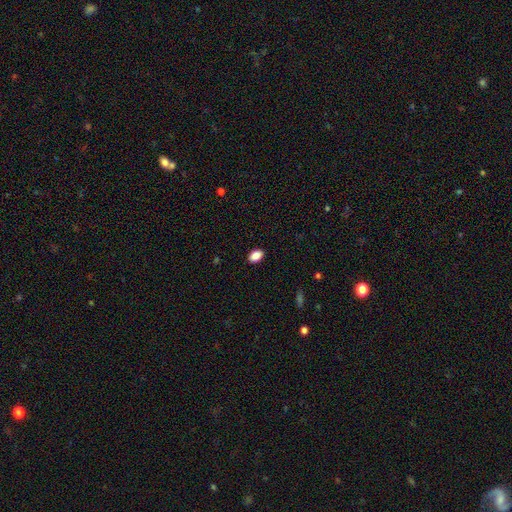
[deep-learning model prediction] Smooth or featured?
  - smooth: 87% *
  - star or artifact: 8%
  - featured or disk: 4%
How rounded?
  - in between: 86% *
  - round: 12%
  - cigar-shaped: 1%
Merging?
  - none: 89% *
  - minor disturbance: 8%
  - major disturbance: 2%
  - merger: 1%